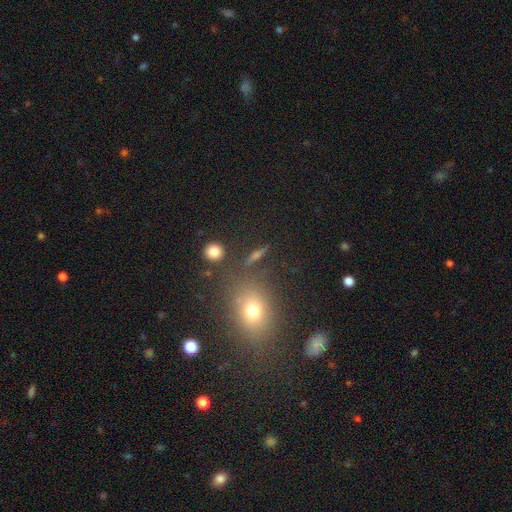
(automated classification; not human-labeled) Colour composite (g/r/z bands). It shows a smooth galaxy with no disk features (46%). Merging: none (79%).